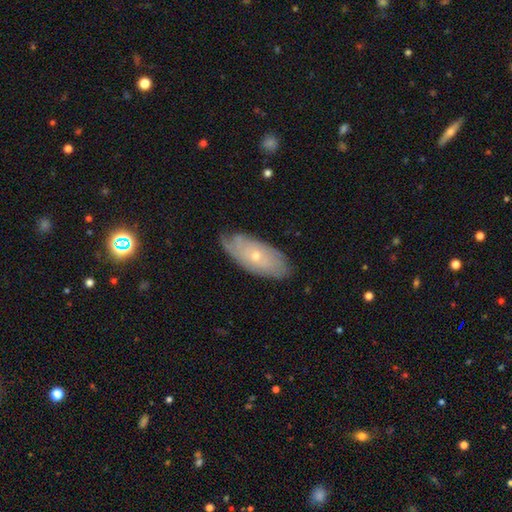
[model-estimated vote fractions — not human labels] Smooth or featured? featured or disk (64%)
Edge-on disk? no (86%)
Bar? no (83%)
Spiral arms? yes (79%)
Bulge size? small (66%)
Merging? none (72%)